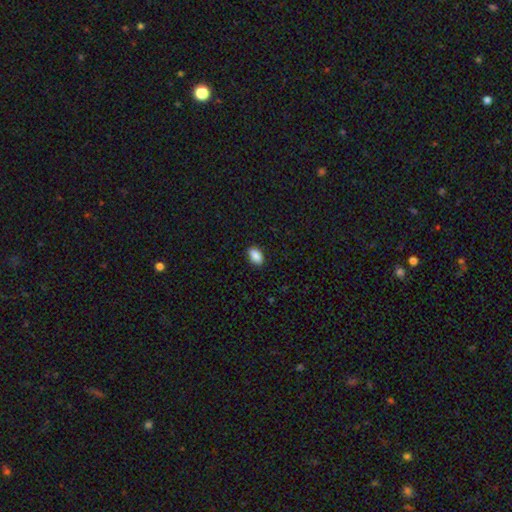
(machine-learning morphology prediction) The model was most divided on "merging": none: 85%, minor disturbance: 12%, major disturbance: 2%, merger: 1%. More confident: how rounded — in between (90%); smooth or featured — smooth (88%).